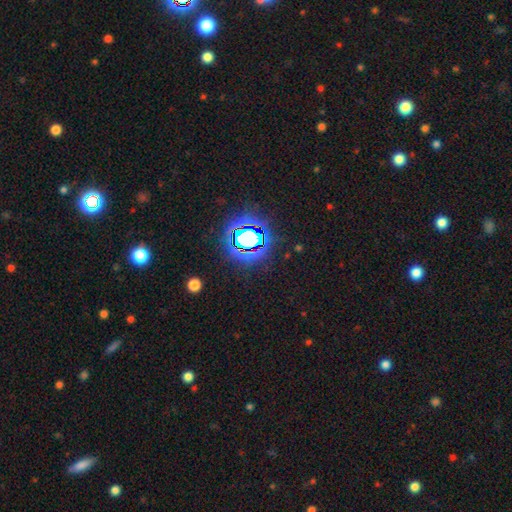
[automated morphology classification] A star or artifact, not a galaxy (85%).